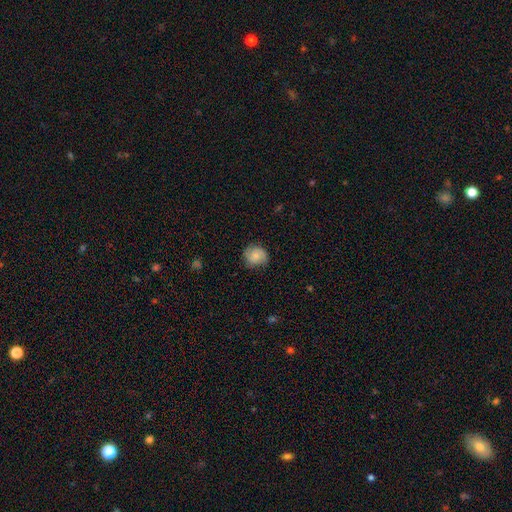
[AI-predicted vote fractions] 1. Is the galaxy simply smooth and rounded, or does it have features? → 67% smooth, 25% featured or disk, 8% star or artifact.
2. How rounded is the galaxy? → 77% round, 22% in between, 1% cigar-shaped.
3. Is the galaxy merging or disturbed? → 75% none, 20% minor disturbance, 5% major disturbance, 1% merger.